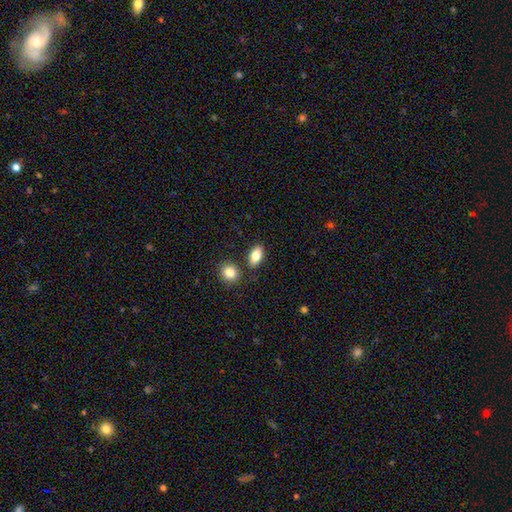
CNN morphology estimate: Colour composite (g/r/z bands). It shows a smooth galaxy with no disk features (82%) that is in between round and cigar-shaped (88%). Merging: none (78%).